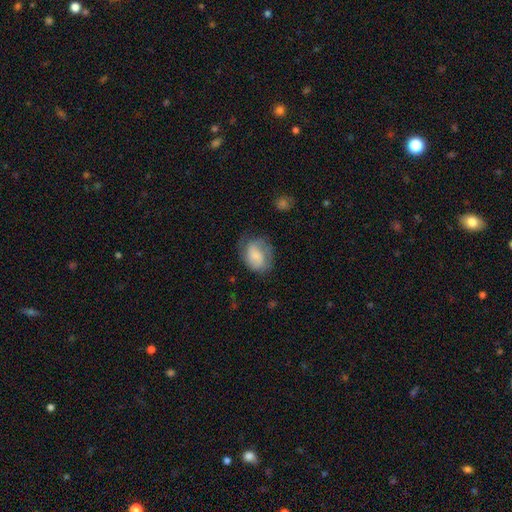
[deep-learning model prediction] smooth-or-featured: smooth: 59% | featured or disk: 33% | star or artifact: 8%
  how-rounded: in between: 63% | round: 35% | cigar-shaped: 1%
  merging: none: 53% | minor disturbance: 29% | major disturbance: 16% | merger: 2%